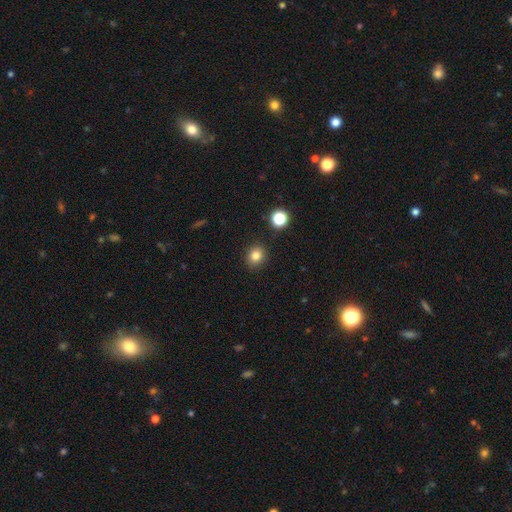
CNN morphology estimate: type=smooth (82%); roundness=round (78%); merging=none (89%).